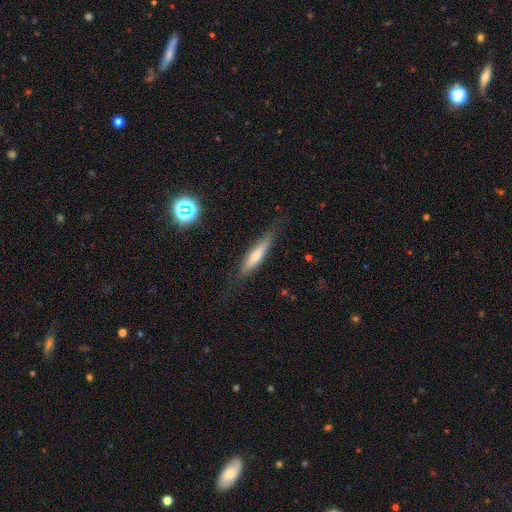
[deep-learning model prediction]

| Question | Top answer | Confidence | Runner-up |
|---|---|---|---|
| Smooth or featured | smooth | 48% | featured or disk (44%) |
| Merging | none | 79% | minor disturbance (15%) |